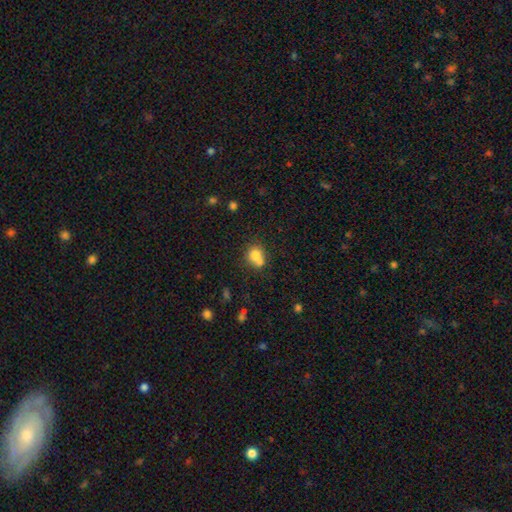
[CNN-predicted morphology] This is likely a smooth galaxy (74%). How rounded: likely round (78%). Merging: possibly merger (49%).